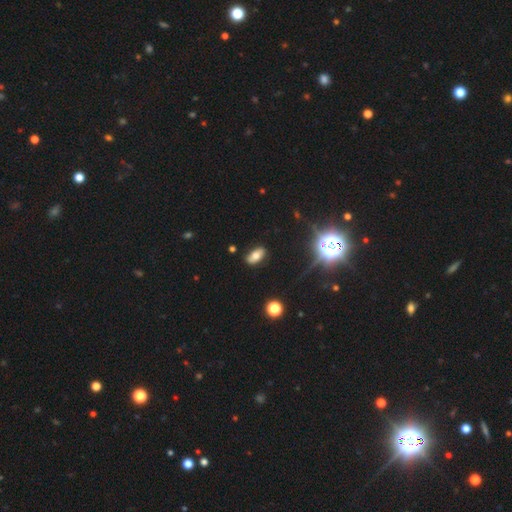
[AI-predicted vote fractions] This appears to be a smooth galaxy with no disk features (66%) that is in between round and cigar-shaped (90%). Merging: none (82%).